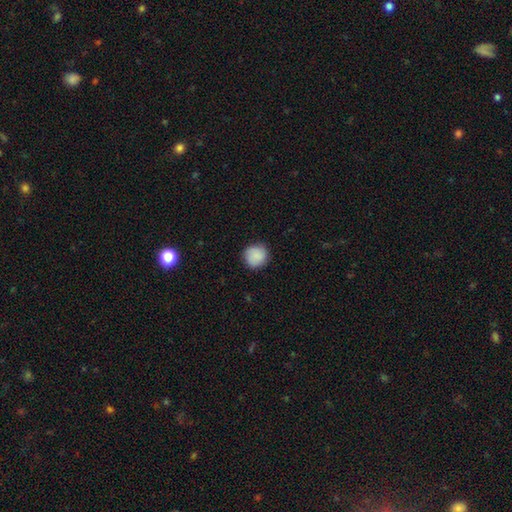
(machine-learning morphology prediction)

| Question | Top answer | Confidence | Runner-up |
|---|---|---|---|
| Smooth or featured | smooth | 88% | star or artifact (7%) |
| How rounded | round | 92% | in between (7%) |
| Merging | none | 88% | minor disturbance (9%) |